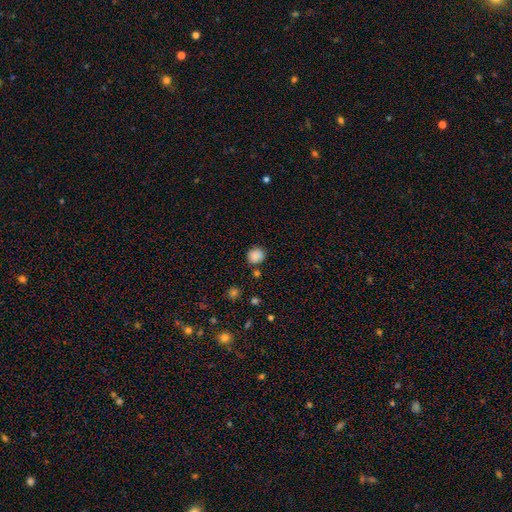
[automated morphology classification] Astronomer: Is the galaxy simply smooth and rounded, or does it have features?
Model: smooth — 85%.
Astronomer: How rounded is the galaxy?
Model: round — 83%.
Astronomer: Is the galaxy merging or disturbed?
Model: none — 78%.